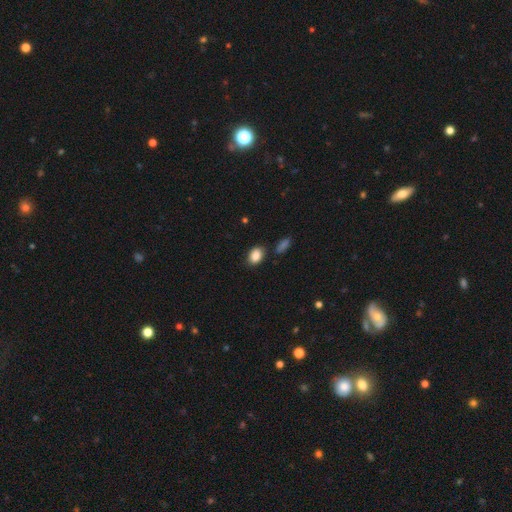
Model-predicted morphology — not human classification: This is clearly a smooth galaxy (87%). How rounded: likely in between (73%). Merging: clearly none (81%).